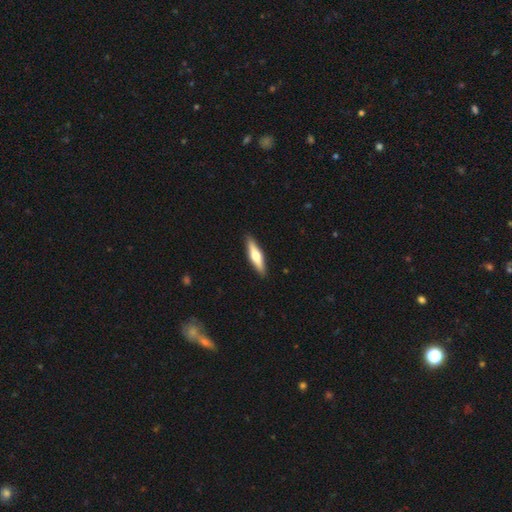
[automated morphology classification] Smooth or featured? featured or disk (50%)
Merging? none (91%)